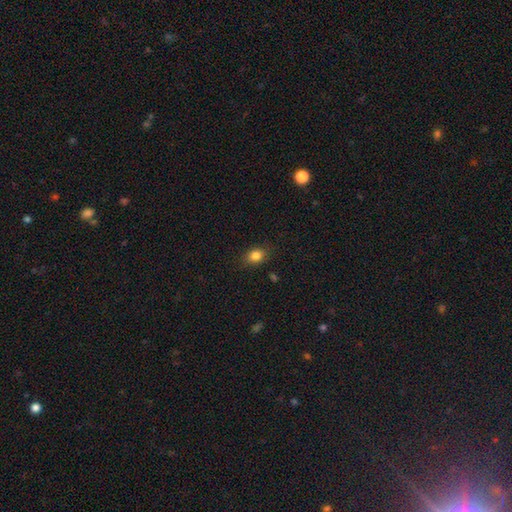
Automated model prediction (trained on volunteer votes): Smooth or featured?
  - smooth: 84% *
  - star or artifact: 11%
  - featured or disk: 6%
How rounded?
  - in between: 62% *
  - round: 37%
  - cigar-shaped: 1%
Merging?
  - none: 84% *
  - minor disturbance: 12%
  - major disturbance: 3%
  - merger: 1%